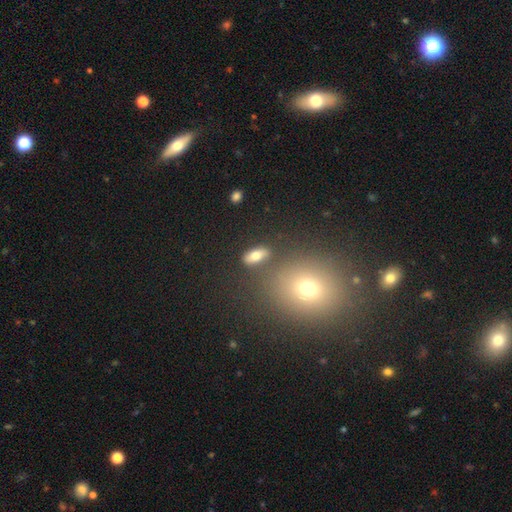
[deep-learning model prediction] smooth 74%, featured or disk 16%, star or artifact 10%. Down the decision tree: how rounded — in between (78%); merging — none (81%).